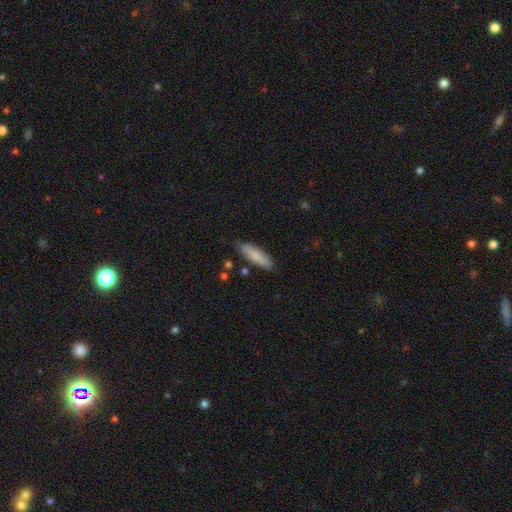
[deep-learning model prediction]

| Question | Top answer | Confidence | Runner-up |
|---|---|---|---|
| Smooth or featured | smooth | 81% | featured or disk (13%) |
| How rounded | cigar-shaped | 57% | in between (41%) |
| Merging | none | 82% | minor disturbance (13%) |